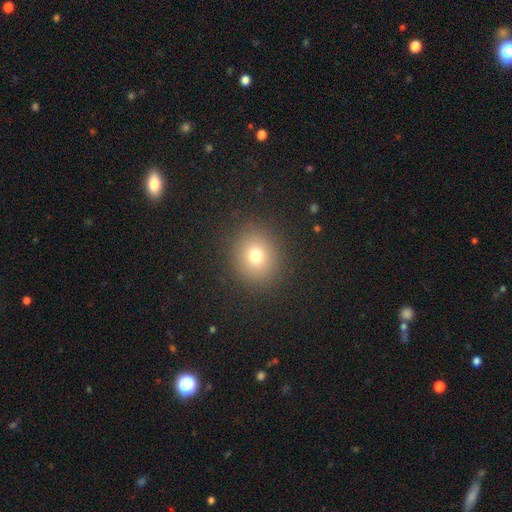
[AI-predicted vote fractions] A smooth galaxy with no disk features (74%) that is round (79%). Merging: none (89%).